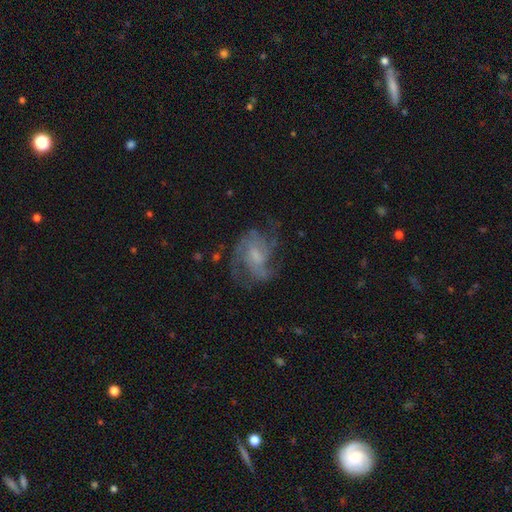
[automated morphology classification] A featured or disk galaxy (80%) with no bar (46%), 3 (34%) medium (50%) spiral arms (92%) and a small central bulge (40%). Merging: none (59%).